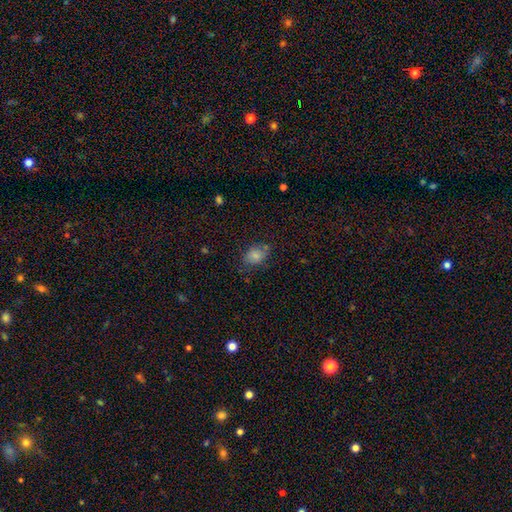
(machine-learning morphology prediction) Smooth or featured?
  - smooth: 67% *
  - star or artifact: 19%
  - featured or disk: 14%
How rounded?
  - in between: 64% *
  - round: 34%
  - cigar-shaped: 1%
Merging?
  - none: 72% *
  - minor disturbance: 19%
  - major disturbance: 6%
  - merger: 2%